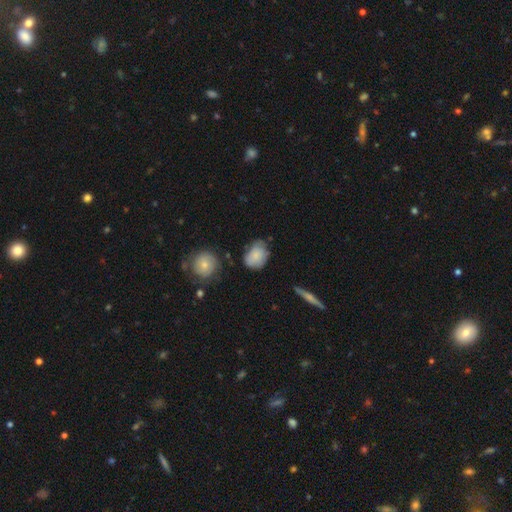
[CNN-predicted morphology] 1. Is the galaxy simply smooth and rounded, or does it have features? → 81% smooth, 12% featured or disk, 8% star or artifact.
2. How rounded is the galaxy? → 72% in between, 27% round, 1% cigar-shaped.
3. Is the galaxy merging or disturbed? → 54% none, 34% minor disturbance, 9% major disturbance, 4% merger.